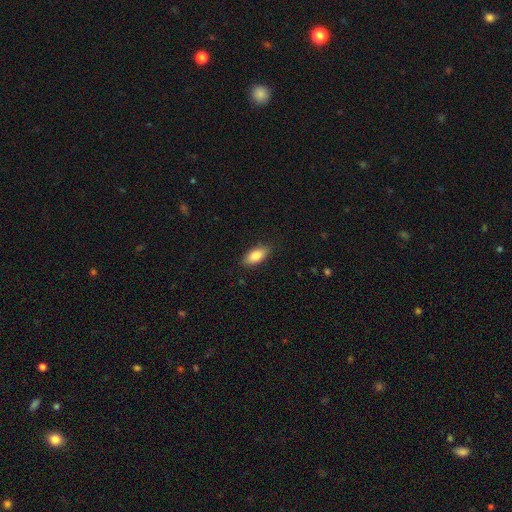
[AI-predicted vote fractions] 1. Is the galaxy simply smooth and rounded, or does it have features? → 84% smooth, 9% featured or disk, 7% star or artifact.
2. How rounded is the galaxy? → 86% in between, 11% cigar-shaped, 3% round.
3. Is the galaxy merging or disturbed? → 86% none, 11% minor disturbance, 2% major disturbance, 1% merger.